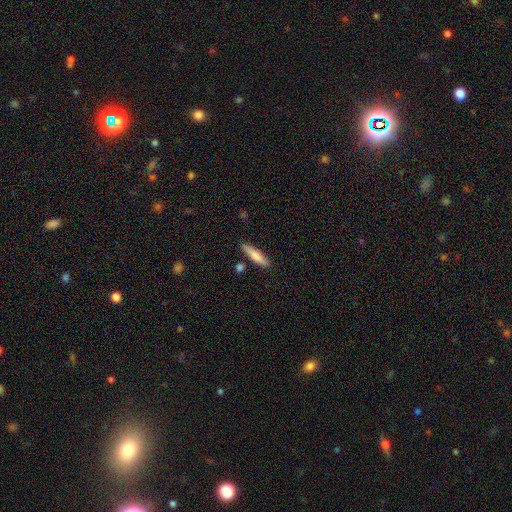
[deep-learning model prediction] This appears to be a smooth galaxy with no disk features (75%) that is cigar-shaped (78%). Merging: none (83%).